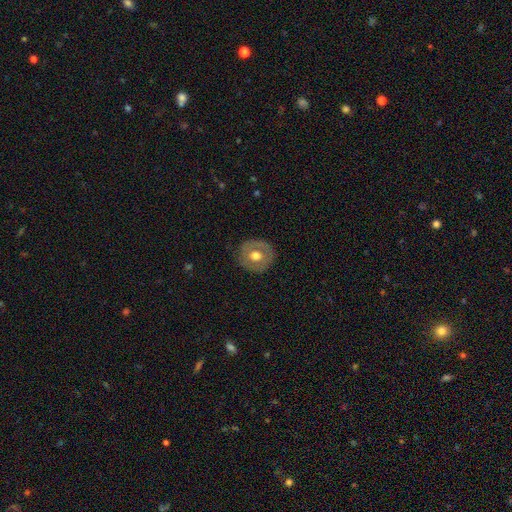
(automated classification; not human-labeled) Smooth or featured: smooth — 50% (featured or disk — 44%)
Merging: none — 83% (minor disturbance — 12%)